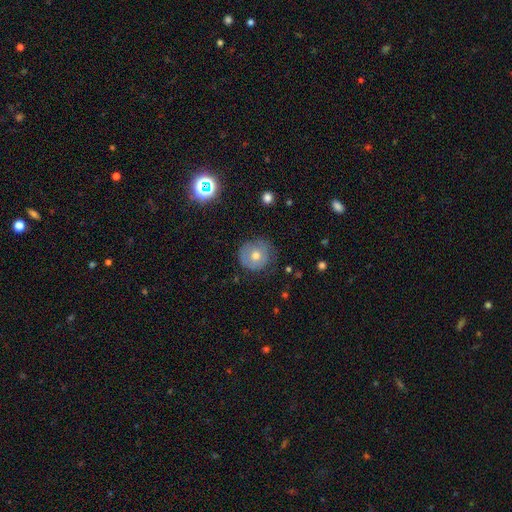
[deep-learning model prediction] smooth-or-featured: smooth: 57% | featured or disk: 30% | star or artifact: 13%
  how-rounded: round: 91% | in between: 8% | cigar-shaped: 1%
  merging: none: 76% | minor disturbance: 17% | major disturbance: 5% | merger: 1%